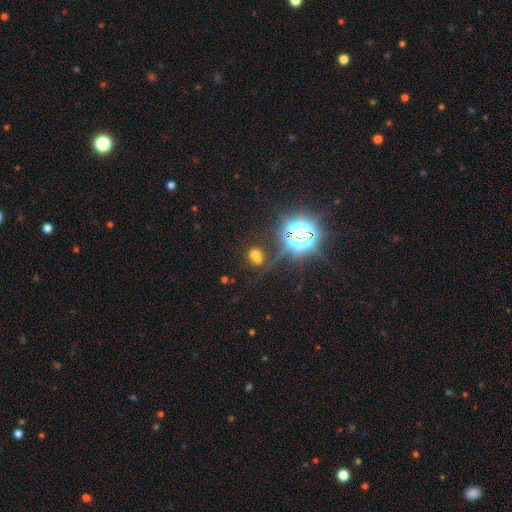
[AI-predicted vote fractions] A smooth galaxy with no disk features (46%). Merging: none (63%).